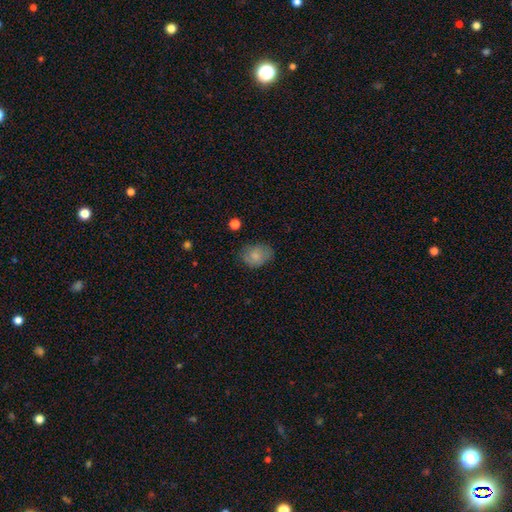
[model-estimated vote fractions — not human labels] Morphology: type=smooth (78%); roundness=in between (70%); merging=none (67%).